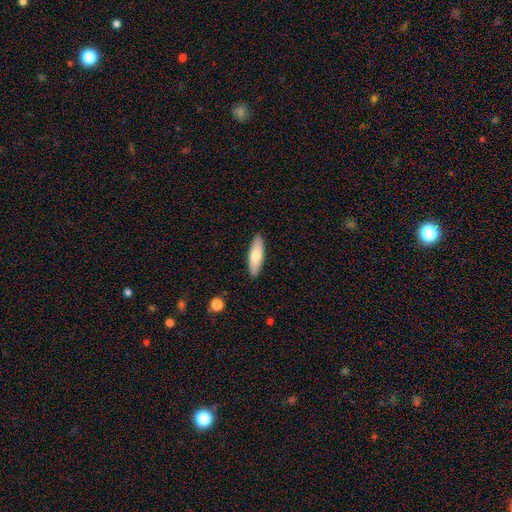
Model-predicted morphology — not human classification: Smooth or featured: smooth — 72% (featured or disk — 23%)
How rounded: in between — 52% (cigar-shaped — 46%)
Merging: none — 89% (minor disturbance — 9%)